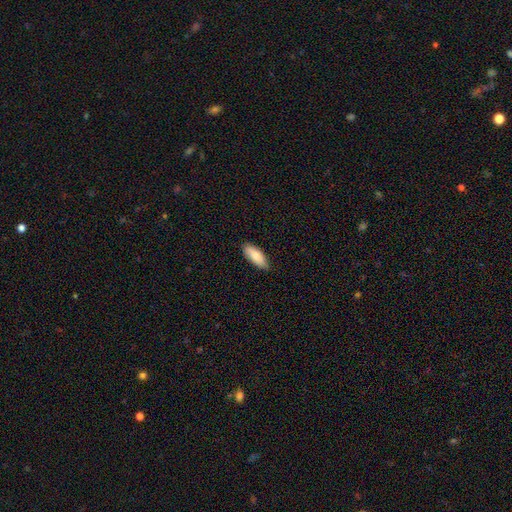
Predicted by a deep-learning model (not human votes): smooth 83%, featured or disk 11%, star or artifact 6%. Down the decision tree: how rounded — in between (74%); merging — none (83%).